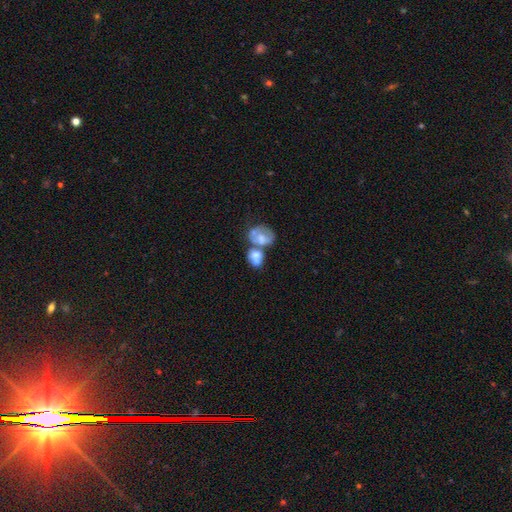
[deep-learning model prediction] smooth_or_featured: smooth (p=0.55) [alt: featured or disk p=0.35]
how_rounded: in between (p=0.66) [alt: round p=0.33]
merging: merger (p=0.69) [alt: none p=0.14]